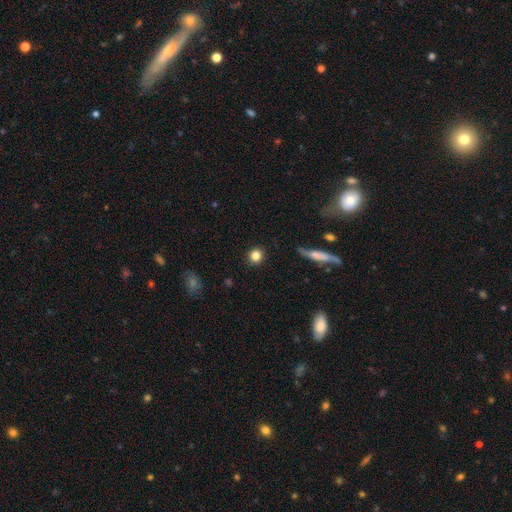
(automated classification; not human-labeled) A smooth galaxy with no disk features (84%) that is round (91%). Merging: none (91%).